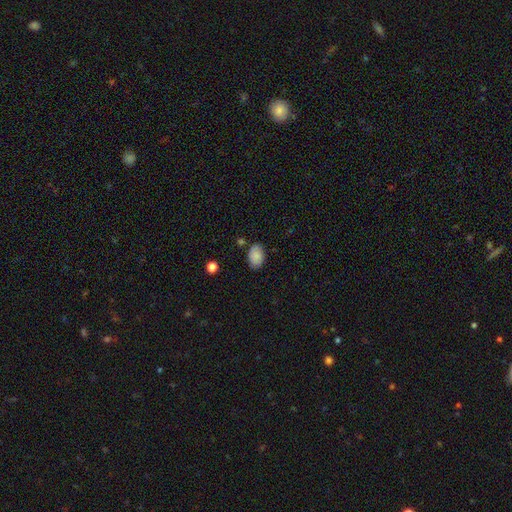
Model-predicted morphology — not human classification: This is clearly a smooth galaxy (84%). How rounded: clearly in between (86%). Merging: likely none (77%).